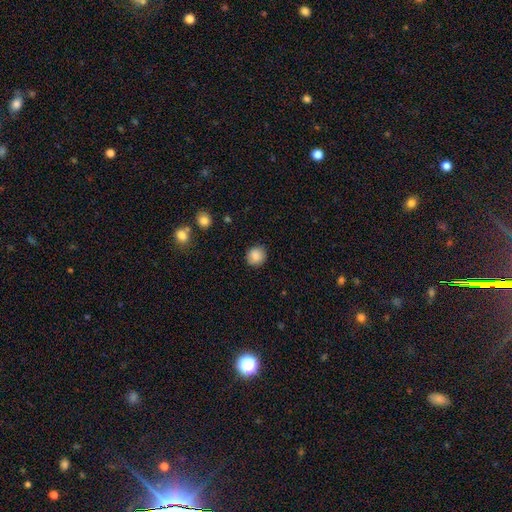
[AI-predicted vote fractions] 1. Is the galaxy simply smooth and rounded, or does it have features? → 87% smooth, 8% star or artifact, 5% featured or disk.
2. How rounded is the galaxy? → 89% round, 10% in between, 1% cigar-shaped.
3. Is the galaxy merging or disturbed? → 90% none, 7% minor disturbance, 2% major disturbance, 1% merger.